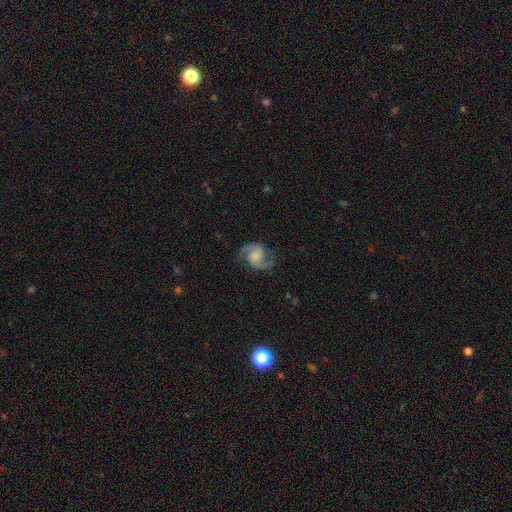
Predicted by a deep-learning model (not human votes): Smooth or featured? featured or disk (86%)
Edge-on disk? no (98%)
Bar? no (58%)
Spiral arms? yes (97%)
Spiral winding? medium (55%)
Spiral arm count? 2 (94%)
Bulge size? none (33%)
Merging? none (78%)